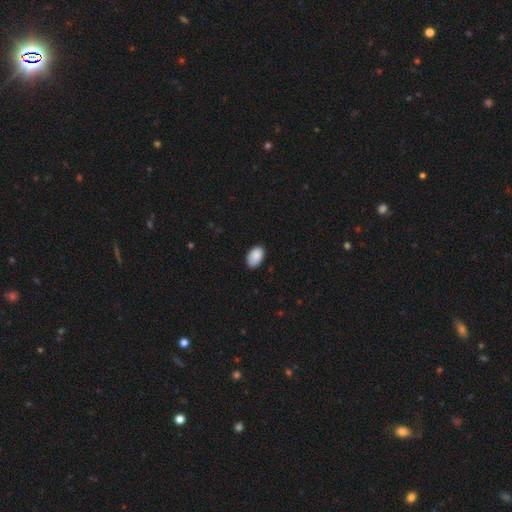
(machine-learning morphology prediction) Overall: smooth (88%). How rounded: in between (92%). Merging: none (81%).